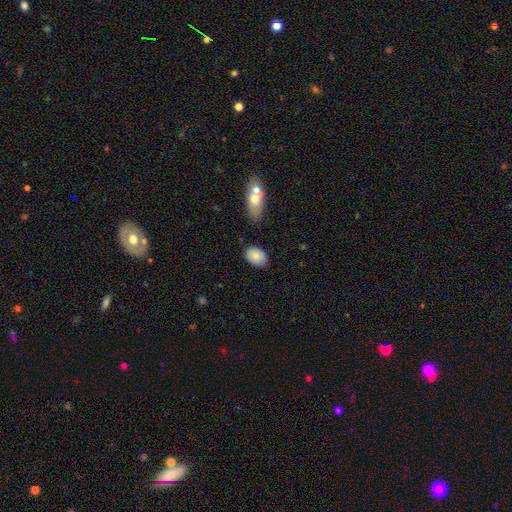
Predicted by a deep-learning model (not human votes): smooth_or_featured: smooth (p=0.83) [alt: featured or disk p=0.10]
how_rounded: in between (p=0.86) [alt: round p=0.13]
merging: none (p=0.78) [alt: minor disturbance p=0.16]